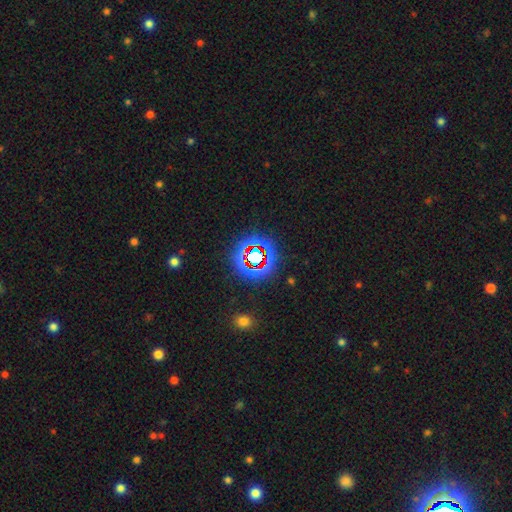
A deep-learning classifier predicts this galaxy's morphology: Q: Smooth or featured?
A: star or artifact (58%); runner-up: smooth (23%)